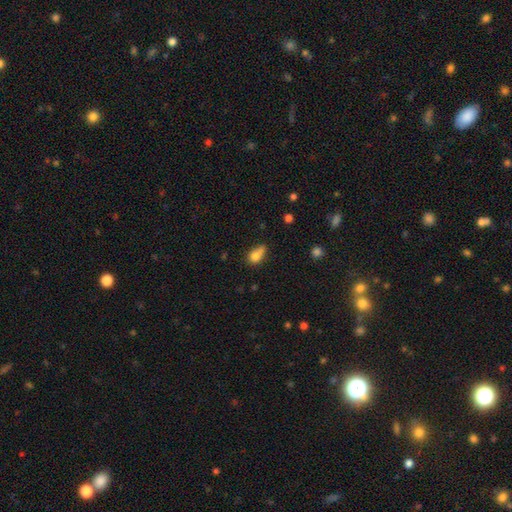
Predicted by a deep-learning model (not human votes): This appears to be a smooth galaxy with no disk features (76%) that is in between round and cigar-shaped (64%). Merging: none (36%).